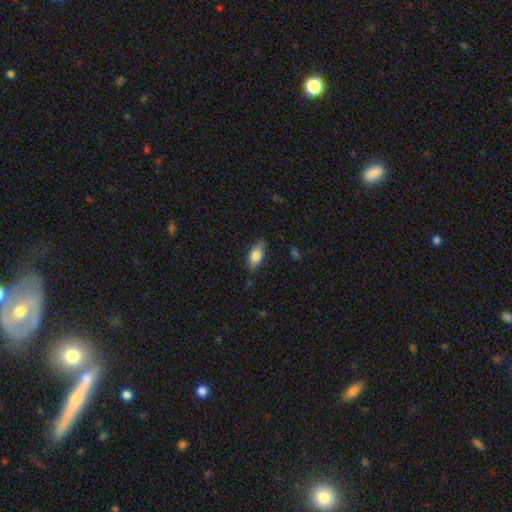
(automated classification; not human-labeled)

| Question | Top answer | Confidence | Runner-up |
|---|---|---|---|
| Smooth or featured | smooth | 75% | featured or disk (18%) |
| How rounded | in between | 82% | cigar-shaped (14%) |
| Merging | none | 78% | minor disturbance (18%) |